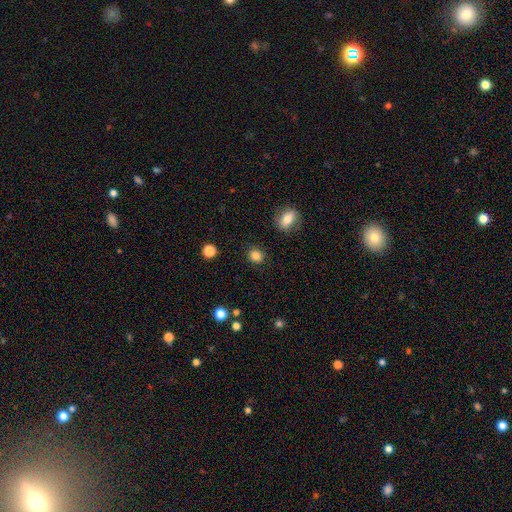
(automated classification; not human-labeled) smooth 85%, star or artifact 11%, featured or disk 4%. Down the decision tree: how rounded — round (77%); merging — none (87%).